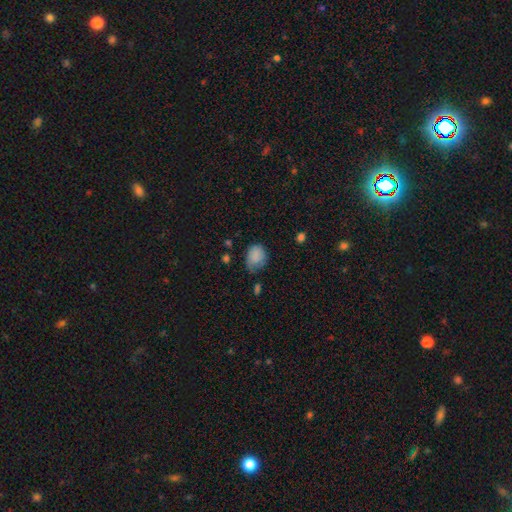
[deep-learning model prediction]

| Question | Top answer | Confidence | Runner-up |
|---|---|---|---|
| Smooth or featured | smooth | 80% | featured or disk (11%) |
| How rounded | in between | 58% | round (41%) |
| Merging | none | 45% | minor disturbance (36%) |